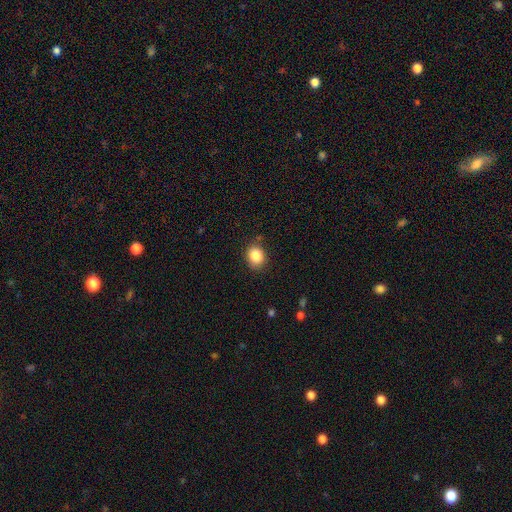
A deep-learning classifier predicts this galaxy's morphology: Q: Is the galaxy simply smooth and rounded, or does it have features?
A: smooth — 86%.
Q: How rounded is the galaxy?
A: round — 57%.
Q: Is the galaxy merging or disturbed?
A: none — 83%.